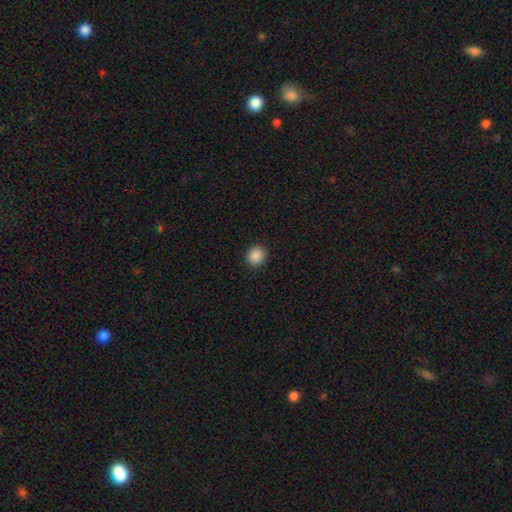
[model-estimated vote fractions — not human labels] A smooth galaxy with no disk features (88%) that is round (78%).

Vote fractions:
- Smooth or featured? smooth: 88% / star or artifact: 9% / featured or disk: 3%
- How rounded? round: 78% / in between: 21% / cigar-shaped: 1%
- Merging? none: 91% / minor disturbance: 6% / major disturbance: 2% / merger: 1%